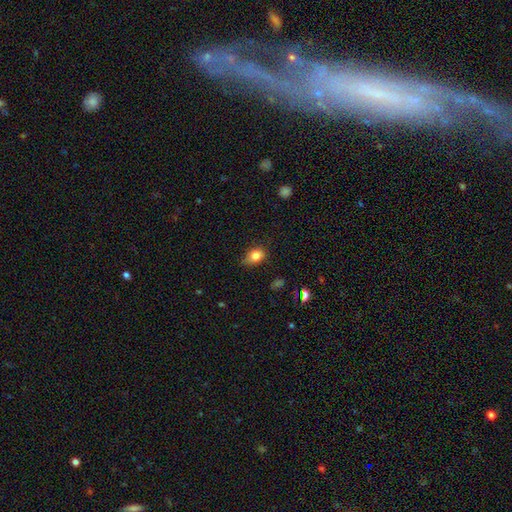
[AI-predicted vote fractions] Overall: smooth (82%). How rounded: in between (69%; round 29%). Merging: none (62%; minor disturbance 31%).